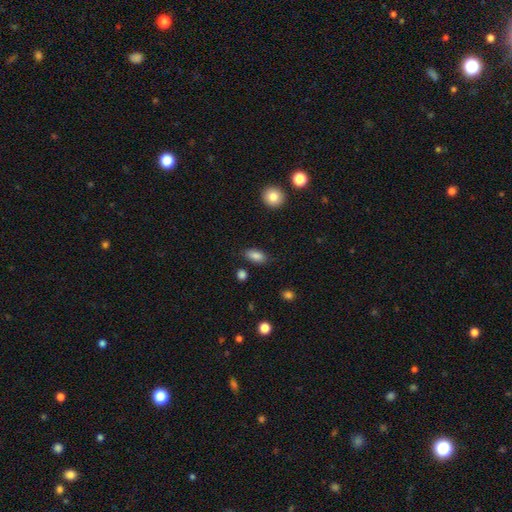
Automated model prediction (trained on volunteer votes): smooth-or-featured: smooth: 86% | star or artifact: 8% | featured or disk: 6%
  how-rounded: in between: 89% | cigar-shaped: 6% | round: 5%
  merging: none: 82% | minor disturbance: 12% | major disturbance: 3% | merger: 3%